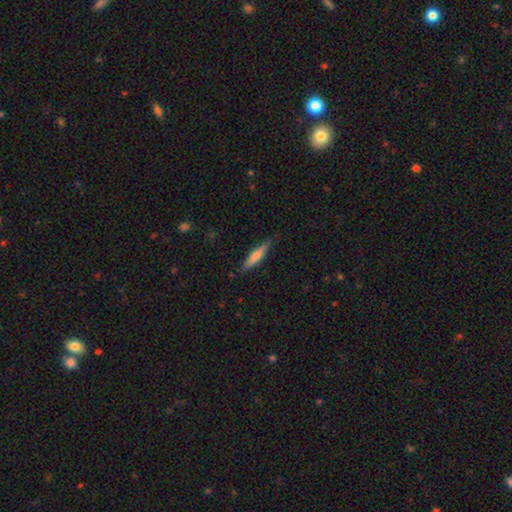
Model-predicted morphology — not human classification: This appears to be a smooth galaxy with no disk features (64%) that is cigar-shaped (83%). Merging: none (82%).